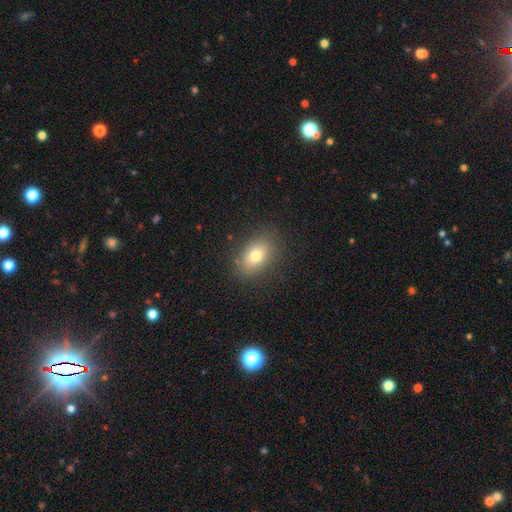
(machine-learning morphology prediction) The model was most divided on "smooth or featured": smooth: 77%, featured or disk: 14%, star or artifact: 10%. More confident: how rounded — in between (84%); merging — none (84%).